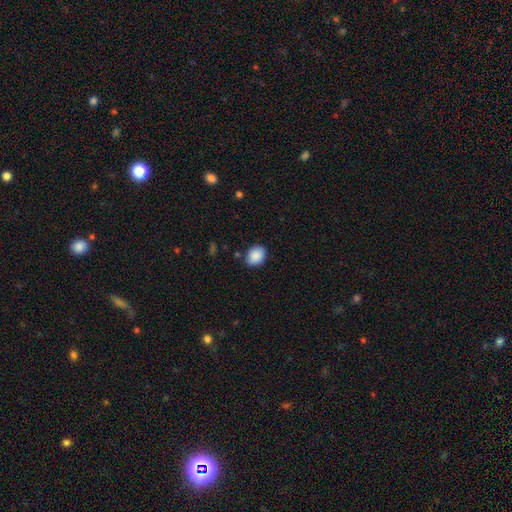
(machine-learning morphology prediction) A smooth galaxy with no disk features (89%) that is in between round and cigar-shaped (56%).

Vote fractions:
- Smooth or featured? smooth: 89% / star or artifact: 7% / featured or disk: 4%
- How rounded? in between: 56% / round: 43% / cigar-shaped: 1%
- Merging? none: 83% / minor disturbance: 12% / major disturbance: 3% / merger: 2%